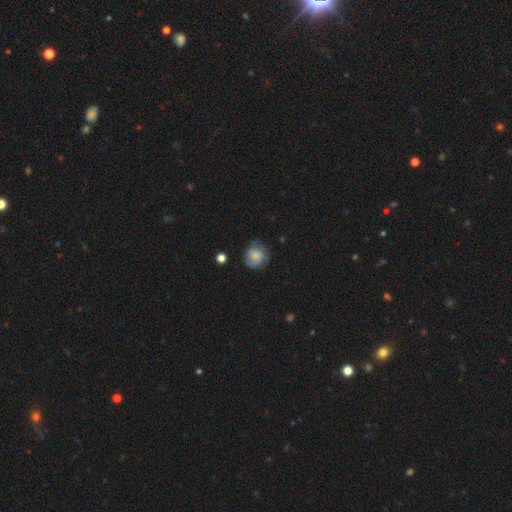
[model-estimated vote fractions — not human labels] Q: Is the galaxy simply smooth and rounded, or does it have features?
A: smooth — 56%.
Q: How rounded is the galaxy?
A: round — 85%.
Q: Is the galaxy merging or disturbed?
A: none — 71%.